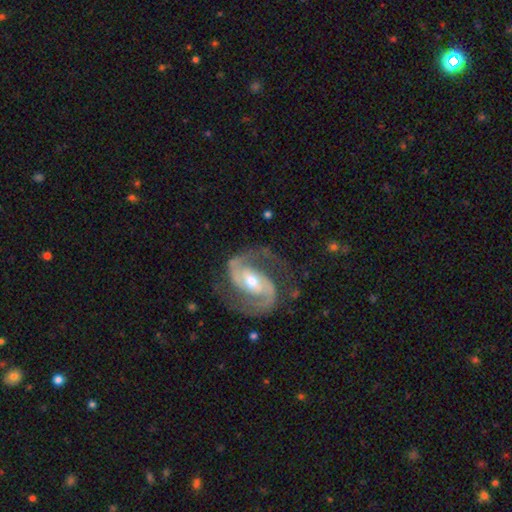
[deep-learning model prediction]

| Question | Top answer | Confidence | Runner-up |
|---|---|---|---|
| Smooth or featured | featured or disk | 93% | star or artifact (4%) |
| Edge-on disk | no | 98% | yes (2%) |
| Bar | strong | 40% | weak (34%) |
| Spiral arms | yes | 98% | no (2%) |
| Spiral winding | medium | 60% | tight (24%) |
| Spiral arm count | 2 | 94% | can't tell (1%) |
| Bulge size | moderate | 60% | small (35%) |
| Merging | none | 81% | minor disturbance (12%) |